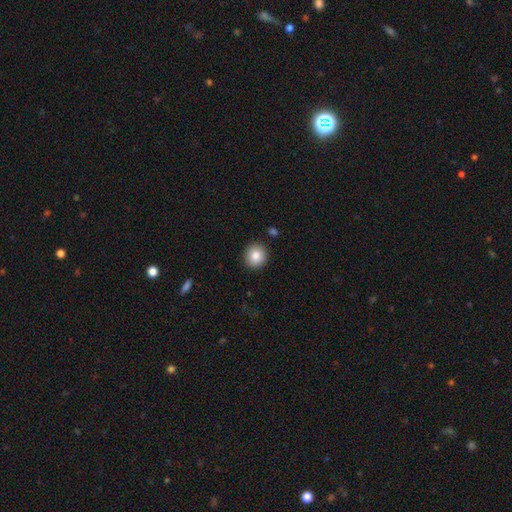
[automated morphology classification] This is clearly a smooth galaxy (86%). How rounded: clearly round (92%). Merging: clearly none (90%).